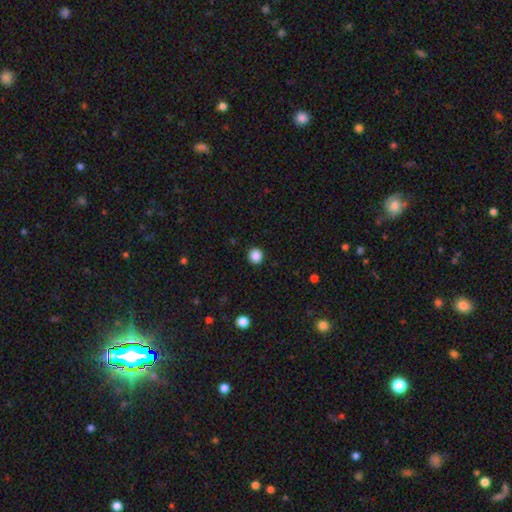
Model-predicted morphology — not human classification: smooth_or_featured: smooth (p=0.87) [alt: star or artifact p=0.10]
how_rounded: round (p=0.93) [alt: in between p=0.06]
merging: none (p=0.92) [alt: minor disturbance p=0.05]